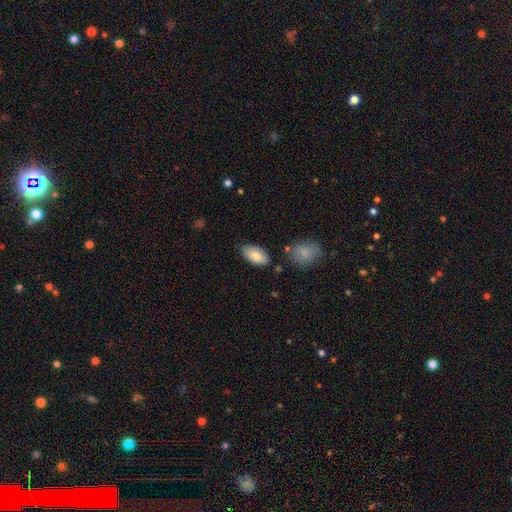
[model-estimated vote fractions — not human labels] The model was most divided on "merging": none: 76%, minor disturbance: 17%, merger: 4%, major disturbance: 3%. More confident: how rounded — in between (94%); smooth or featured — smooth (85%).